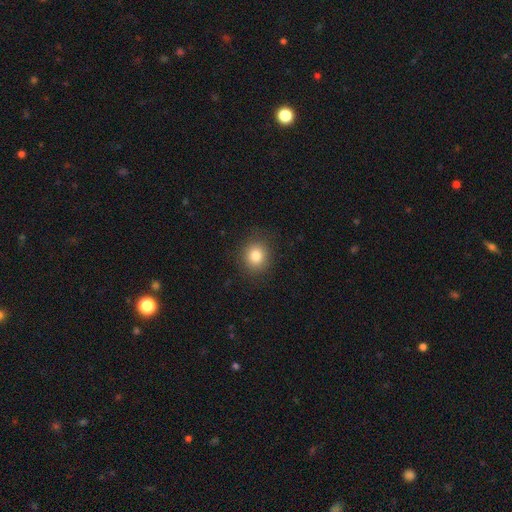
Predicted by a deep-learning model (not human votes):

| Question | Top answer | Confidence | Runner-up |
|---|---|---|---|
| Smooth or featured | smooth | 82% | star or artifact (11%) |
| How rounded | round | 80% | in between (19%) |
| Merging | none | 88% | minor disturbance (9%) |